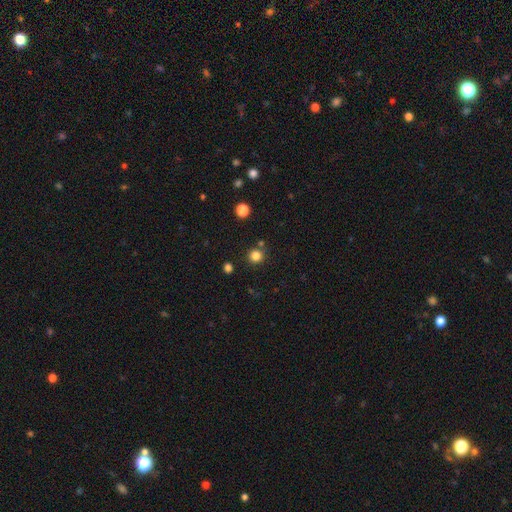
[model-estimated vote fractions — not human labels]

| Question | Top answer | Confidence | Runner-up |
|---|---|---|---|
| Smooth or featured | smooth | 82% | star or artifact (14%) |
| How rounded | round | 93% | in between (6%) |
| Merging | none | 83% | merger (7%) |